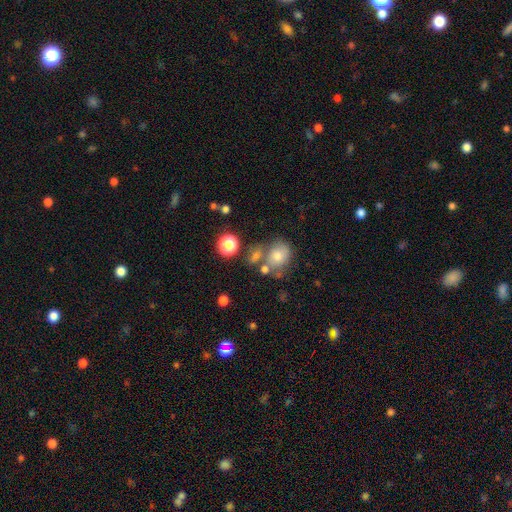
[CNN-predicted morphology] This is likely a smooth galaxy (63%). How rounded: possibly round (60%). Merging: possibly none (51%).